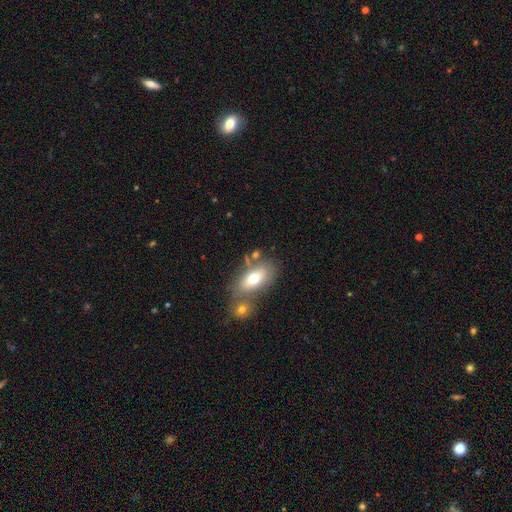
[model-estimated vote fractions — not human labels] Smooth or featured? smooth (60%)
How rounded? in between (81%)
Merging? none (52%)